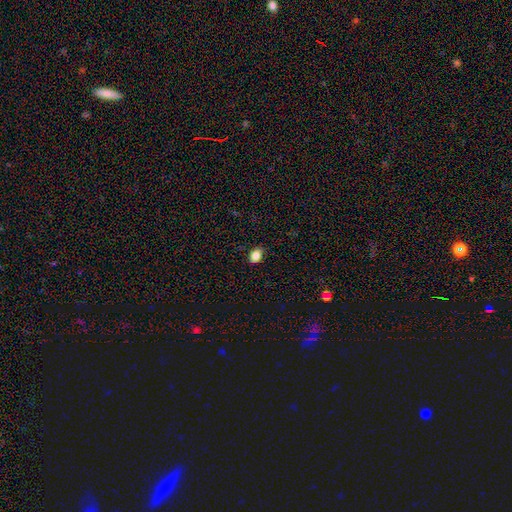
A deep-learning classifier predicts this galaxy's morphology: This appears to be a smooth galaxy with no disk features (84%) that is in between round and cigar-shaped (73%). Merging: none (84%).